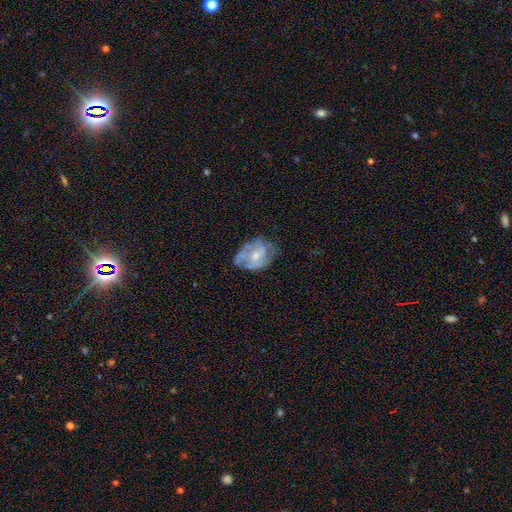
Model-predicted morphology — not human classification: featured or disk 62%, smooth 31%, star or artifact 7%. Down the decision tree: edge-on disk — no (97%); bar — no (70%); spiral arms — no (51%); bulge size — small (48%); merging — none (47%).